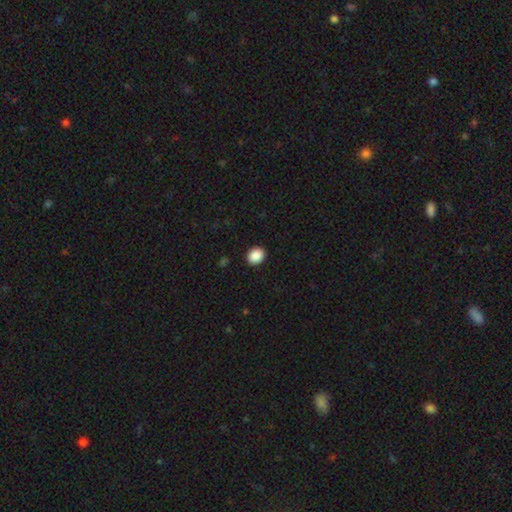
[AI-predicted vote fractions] smooth-or-featured: smooth: 89% | star or artifact: 8% | featured or disk: 3%
  how-rounded: round: 56% | in between: 43% | cigar-shaped: 1%
  merging: none: 91% | minor disturbance: 6% | major disturbance: 2% | merger: 1%